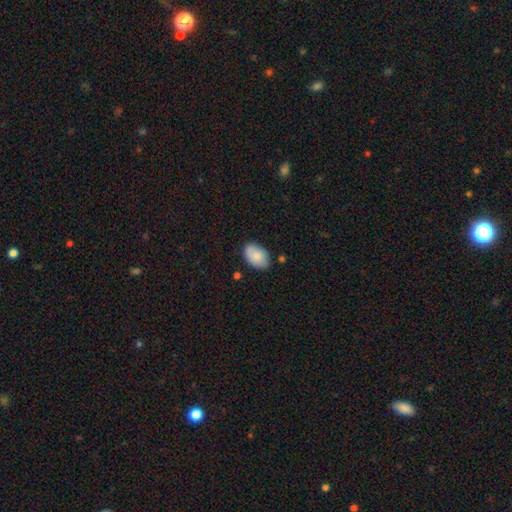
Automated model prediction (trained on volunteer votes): smooth-or-featured: smooth: 82% | featured or disk: 12% | star or artifact: 7%
  how-rounded: in between: 89% | round: 10% | cigar-shaped: 1%
  merging: none: 74% | minor disturbance: 19% | major disturbance: 4% | merger: 3%